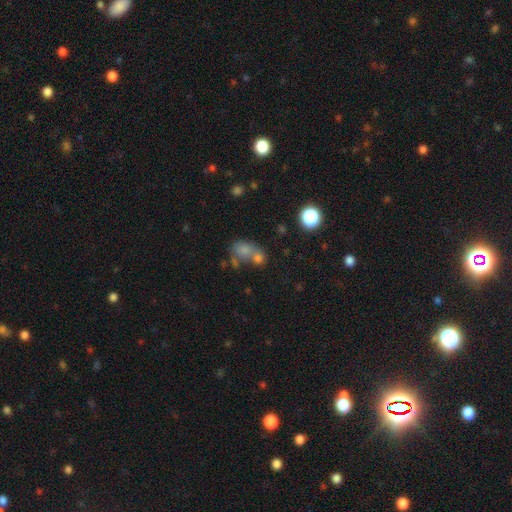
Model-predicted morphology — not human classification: This appears to be a smooth galaxy with no disk features (63%) that is in between round and cigar-shaped (50%). Merging: merger (50%).